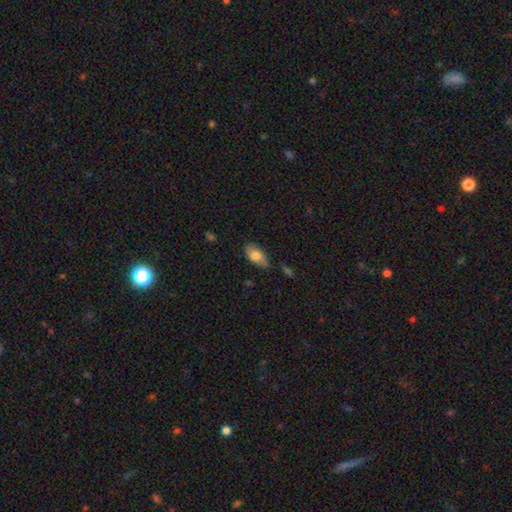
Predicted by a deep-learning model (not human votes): Smooth or featured?
  - smooth: 78% *
  - featured or disk: 16%
  - star or artifact: 7%
How rounded?
  - in between: 91% *
  - cigar-shaped: 6%
  - round: 4%
Merging?
  - none: 72% *
  - minor disturbance: 22%
  - major disturbance: 4%
  - merger: 2%